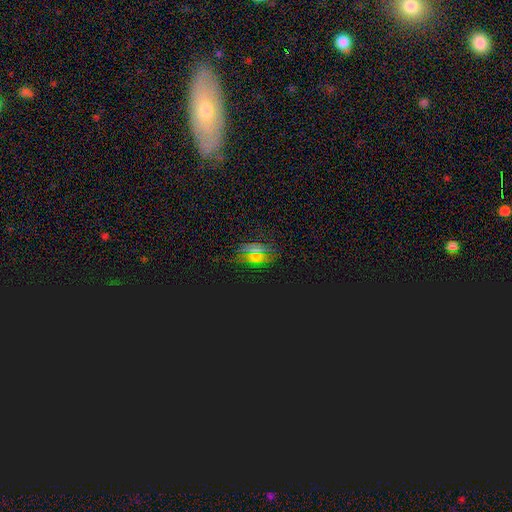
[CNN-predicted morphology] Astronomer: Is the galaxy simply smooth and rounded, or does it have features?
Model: star or artifact — 50% (runner-up: smooth, 38%).